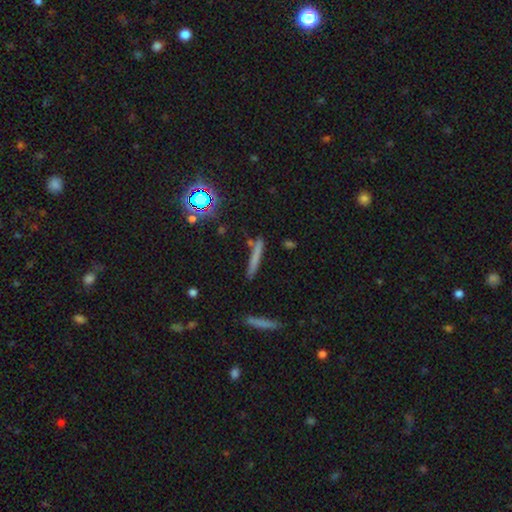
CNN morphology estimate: smooth 63%, featured or disk 24%, star or artifact 13%. Down the decision tree: how rounded — cigar-shaped (93%); merging — none (81%).